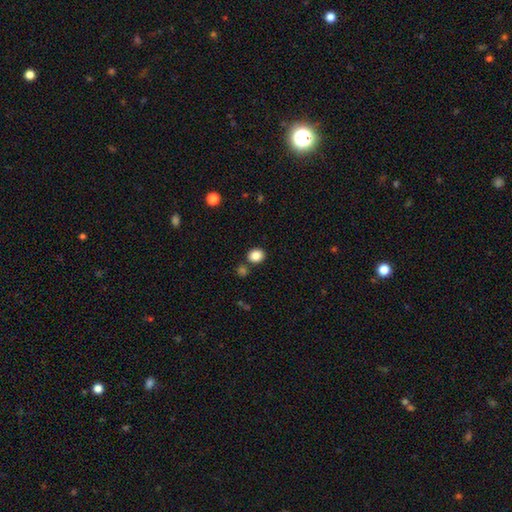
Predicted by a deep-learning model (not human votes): This appears to be a smooth galaxy with no disk features (86%) that is round (69%). Merging: none (80%).